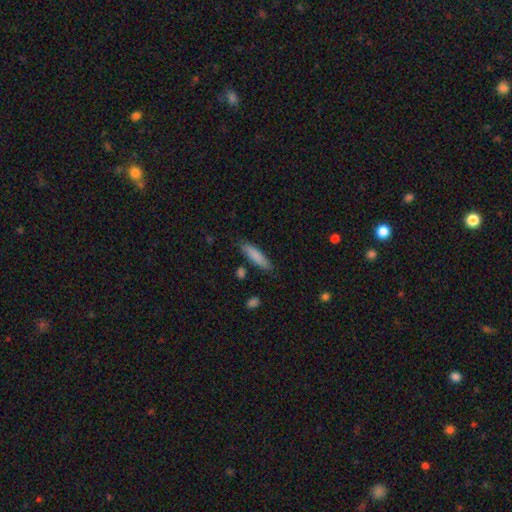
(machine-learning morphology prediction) Overall: smooth (82%). How rounded: cigar-shaped (81%). Merging: none (84%).